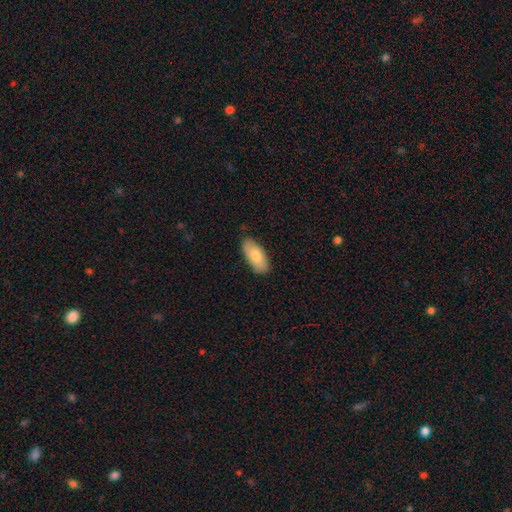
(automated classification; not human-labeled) Smooth or featured? Predicted: smooth (p=0.76). How rounded? Predicted: in between (p=0.88). Merging? Predicted: none (p=0.84).